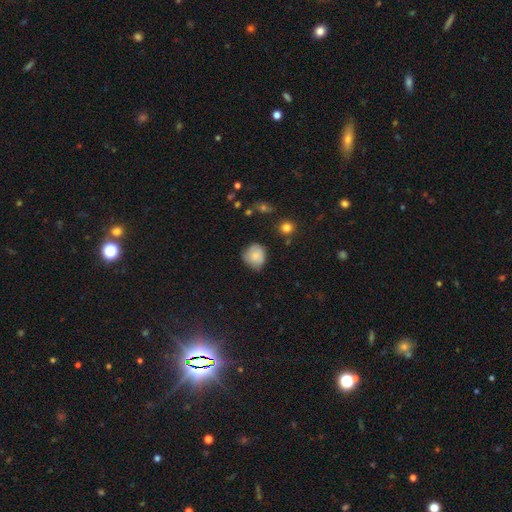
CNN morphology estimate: smooth_or_featured: smooth (p=0.79) [alt: featured or disk p=0.13]
how_rounded: round (p=0.78) [alt: in between p=0.21]
merging: none (p=0.58) [alt: minor disturbance p=0.33]